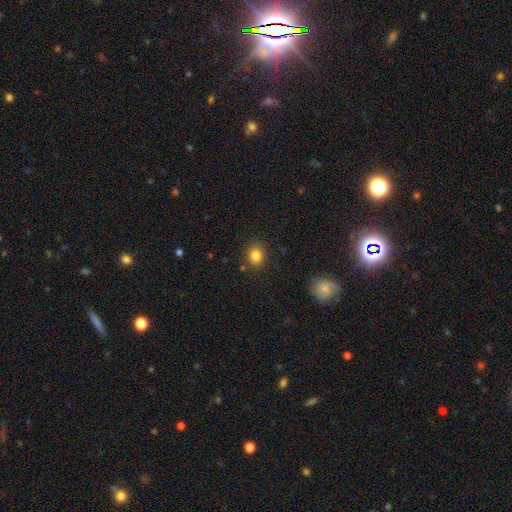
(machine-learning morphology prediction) Smooth or featured? smooth (84%)
How rounded? round (75%)
Merging? none (84%)